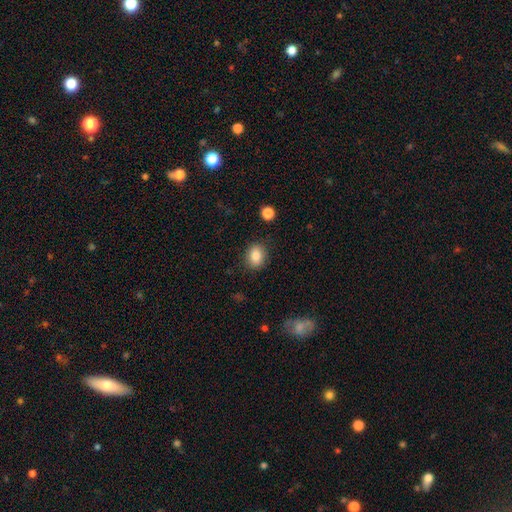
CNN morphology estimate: Smooth or featured? smooth (84%)
How rounded? in between (50%)
Merging? none (86%)